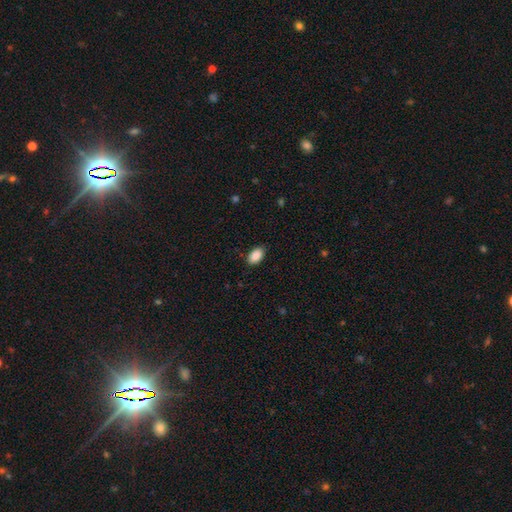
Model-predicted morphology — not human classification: smooth 90%, star or artifact 7%, featured or disk 3%. Down the decision tree: how rounded — in between (93%); merging — none (86%).